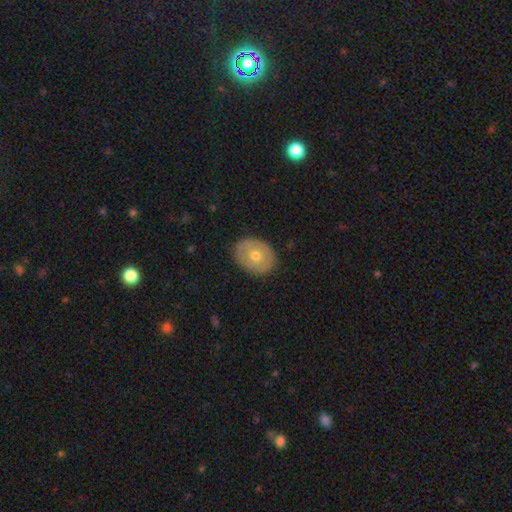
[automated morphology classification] The model was most divided on "how rounded": in between: 58%, round: 41%, cigar-shaped: 1%. More confident: merging — none (87%); smooth or featured — smooth (57%).